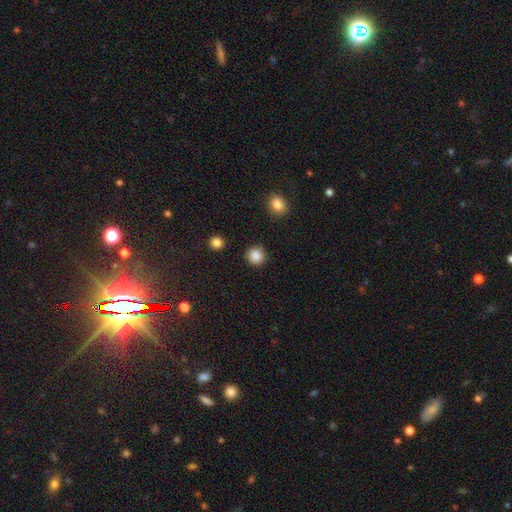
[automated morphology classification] This appears to be a smooth galaxy with no disk features (87%) that is round (89%). Merging: none (87%).